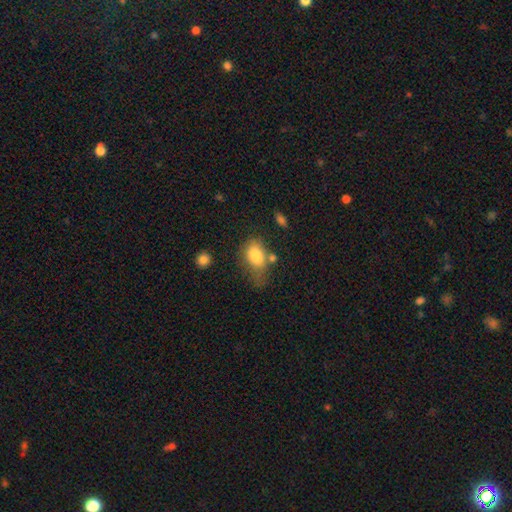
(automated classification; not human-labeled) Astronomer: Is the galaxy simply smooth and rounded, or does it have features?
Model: smooth — 81%.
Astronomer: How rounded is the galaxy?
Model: in between — 79%.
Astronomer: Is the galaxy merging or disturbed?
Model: none — 38% (runner-up: minor disturbance, 30%).